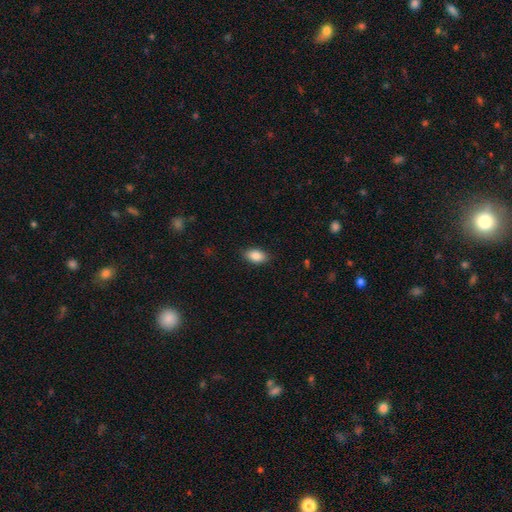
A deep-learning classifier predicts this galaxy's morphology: This appears to be a smooth galaxy with no disk features (87%) that is in between round and cigar-shaped (91%). Merging: none (87%).